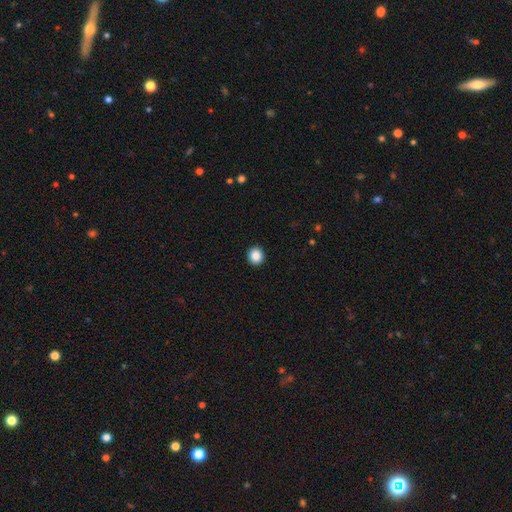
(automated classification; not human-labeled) The model was most divided on "smooth or featured": smooth: 87%, star or artifact: 9%, featured or disk: 4%. More confident: merging — none (93%); how rounded — round (89%).